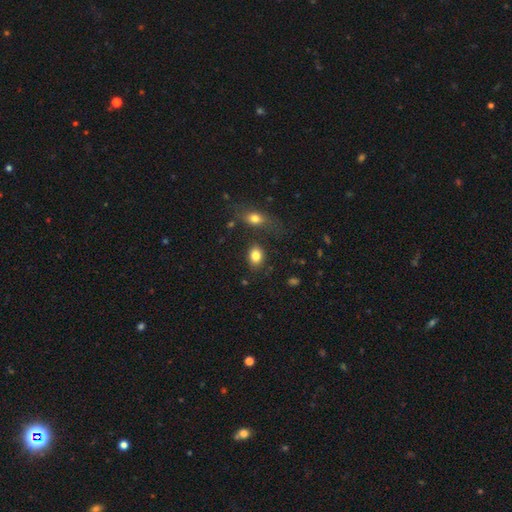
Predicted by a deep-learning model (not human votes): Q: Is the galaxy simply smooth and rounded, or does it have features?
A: smooth — 83%.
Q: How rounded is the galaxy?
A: in between — 66%.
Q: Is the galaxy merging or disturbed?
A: none — 77%.